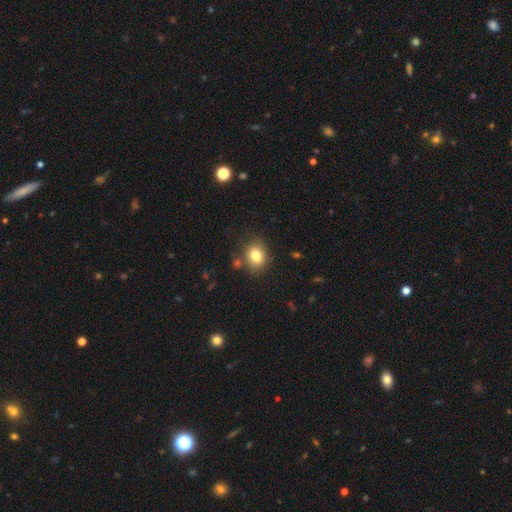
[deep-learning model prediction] Morphology: type=smooth (80%); roundness=round (53%); merging=none (77%).